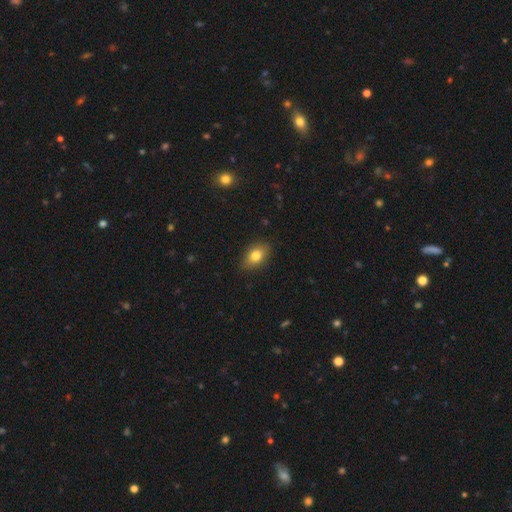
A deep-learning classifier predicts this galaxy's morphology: Smooth or featured? smooth (80%)
How rounded? in between (84%)
Merging? none (86%)